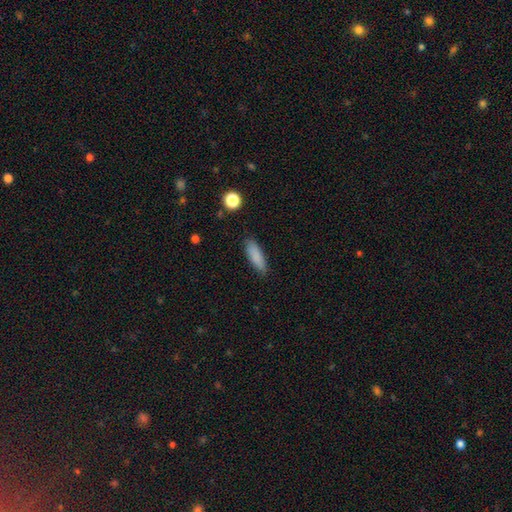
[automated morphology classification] A smooth galaxy with no disk features (86%) that is cigar-shaped (51%). Merging: none (85%).